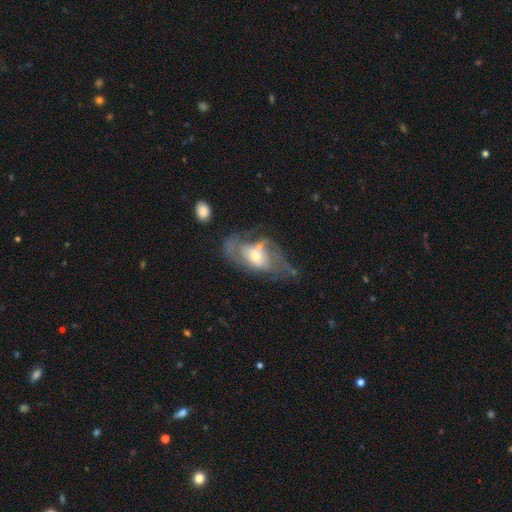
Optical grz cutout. It shows a featured or disk galaxy (87%) with no bar (73%), 2 (48%) tight (43%) spiral arms (70%) and a small central bulge (63%). Merging: none (38%).